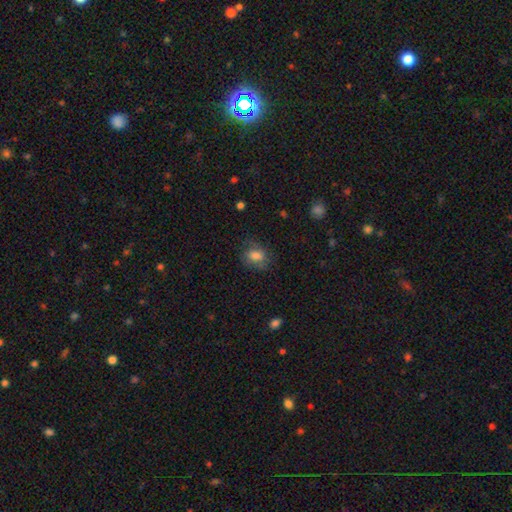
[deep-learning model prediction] smooth-or-featured: smooth: 72% | featured or disk: 19% | star or artifact: 9%
  how-rounded: in between: 59% | round: 39% | cigar-shaped: 1%
  merging: none: 65% | minor disturbance: 22% | major disturbance: 11% | merger: 1%